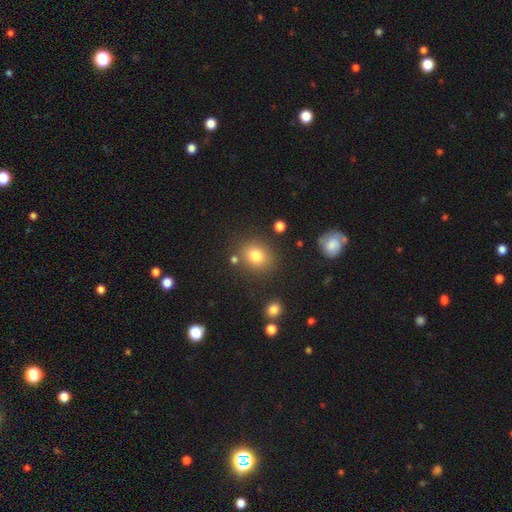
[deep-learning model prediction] smooth-or-featured: smooth: 79% | star or artifact: 13% | featured or disk: 8%
  how-rounded: round: 68% | in between: 31% | cigar-shaped: 1%
  merging: none: 81% | minor disturbance: 10% | merger: 6% | major disturbance: 4%